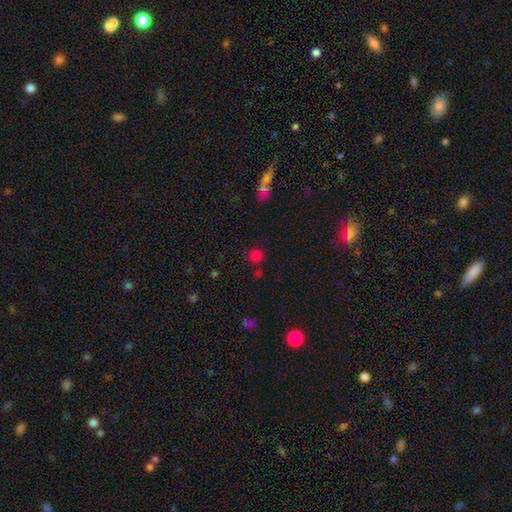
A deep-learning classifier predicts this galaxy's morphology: A smooth galaxy with no disk features (71%) that is round (89%).

Vote fractions:
- Smooth or featured? smooth: 71% / star or artifact: 25% / featured or disk: 5%
- How rounded? round: 89% / in between: 10% / cigar-shaped: 1%
- Merging? none: 79% / minor disturbance: 10% / merger: 7% / major disturbance: 4%